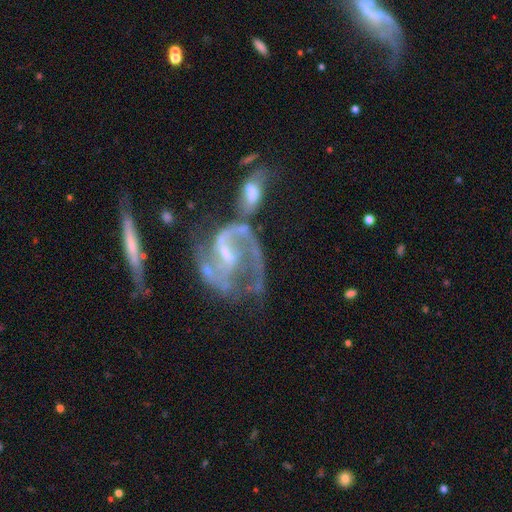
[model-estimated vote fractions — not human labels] featured or disk 87%, star or artifact 7%, smooth 6%. Down the decision tree: edge-on disk — no (97%); bar — weak (49%); spiral arms — yes (91%); spiral arm count — 2 (71%); spiral winding — medium (50%); bulge size — small (58%); merging — merger (33%).